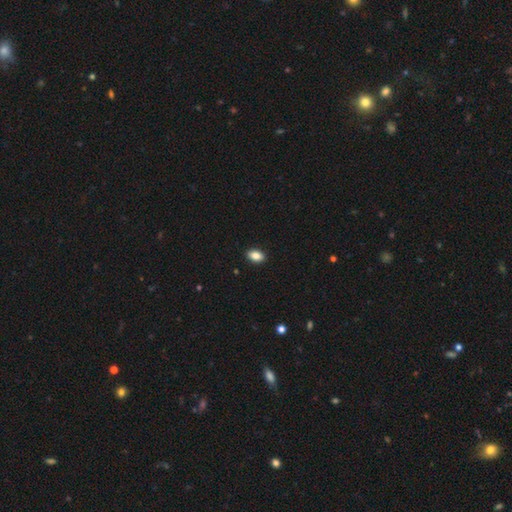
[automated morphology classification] smooth 86%, star or artifact 8%, featured or disk 6%. Down the decision tree: how rounded — in between (89%); merging — none (91%).